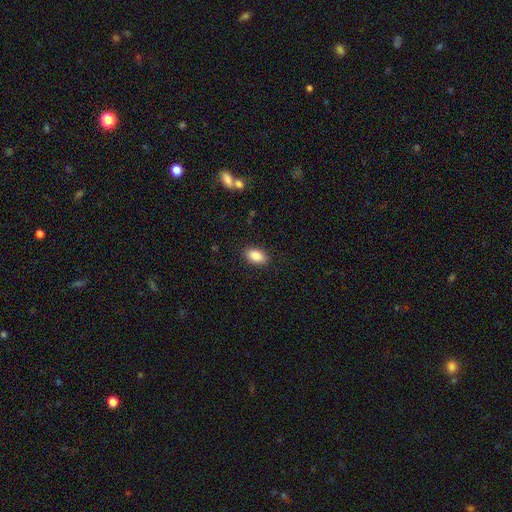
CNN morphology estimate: smooth_or_featured: smooth (p=0.88) [alt: star or artifact p=0.07]
how_rounded: in between (p=0.91) [alt: round p=0.06]
merging: none (p=0.88) [alt: minor disturbance p=0.09]